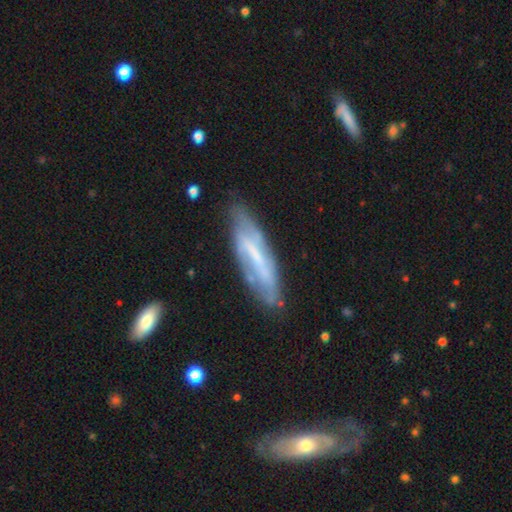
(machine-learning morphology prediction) The model was most divided on "edge-on disk": no: 61%, yes: 39%. More confident: merging — none (68%); smooth or featured — featured or disk (63%).